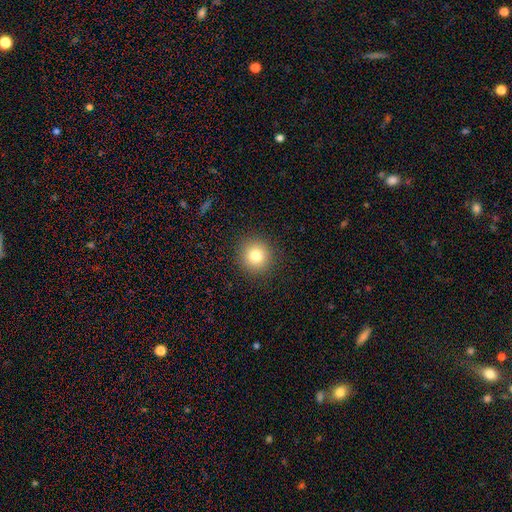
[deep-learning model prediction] smooth_or_featured: smooth (p=0.80) [alt: star or artifact p=0.12]
how_rounded: round (p=0.93) [alt: in between p=0.06]
merging: none (p=0.91) [alt: minor disturbance p=0.05]